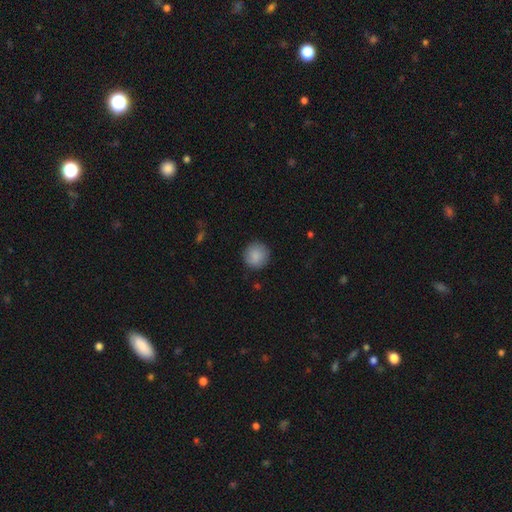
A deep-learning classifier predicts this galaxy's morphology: Smooth or featured?
  - smooth: 87% *
  - star or artifact: 7%
  - featured or disk: 5%
How rounded?
  - round: 94% *
  - in between: 5%
  - cigar-shaped: 1%
Merging?
  - none: 88% *
  - minor disturbance: 8%
  - major disturbance: 2%
  - merger: 1%